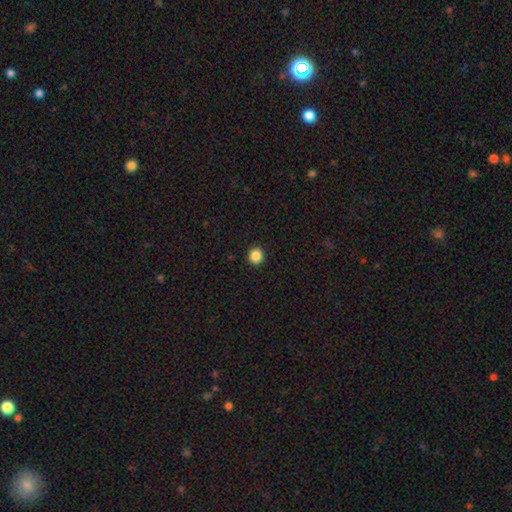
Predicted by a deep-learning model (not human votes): Morphology: type=smooth (87%); roundness=round (92%); merging=none (93%).